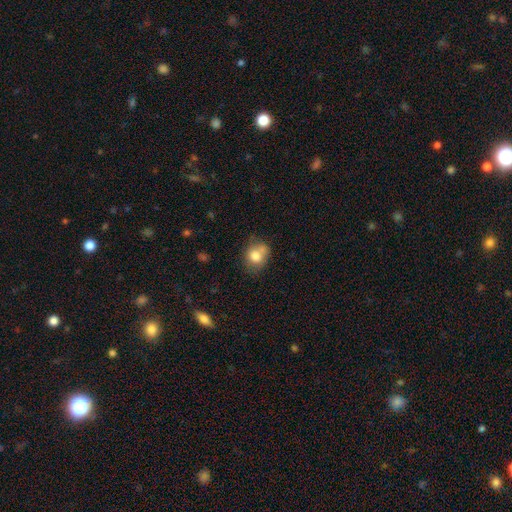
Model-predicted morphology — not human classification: smooth 77%, featured or disk 14%, star or artifact 10%. Down the decision tree: how rounded — round (58%); merging — none (48%).